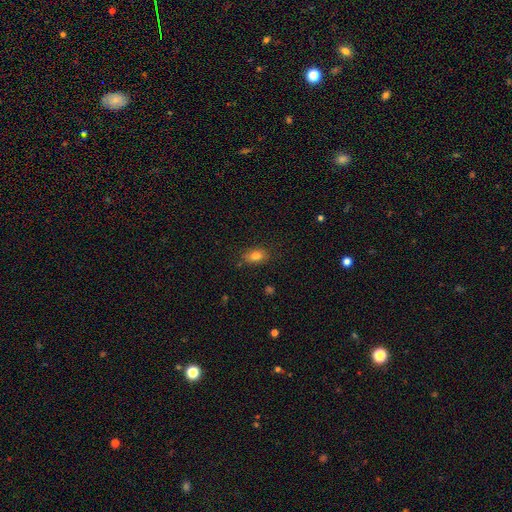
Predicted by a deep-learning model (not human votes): Morphology: type=smooth (81%); roundness=in between (79%); merging=none (80%).